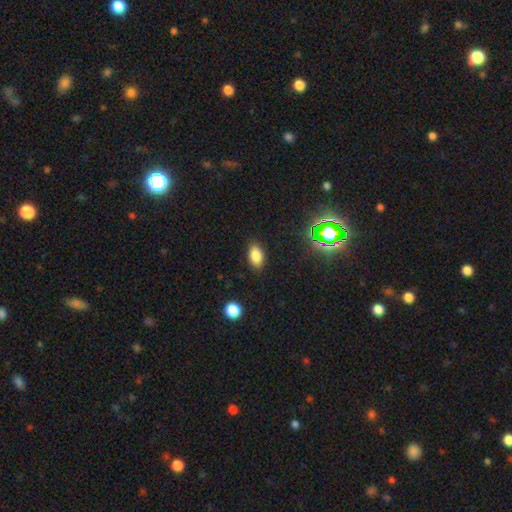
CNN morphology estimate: Q: Smooth or featured?
A: smooth (80%); runner-up: star or artifact (13%)
Q: How rounded?
A: in between (91%); runner-up: round (7%)
Q: Merging?
A: none (87%); runner-up: minor disturbance (9%)